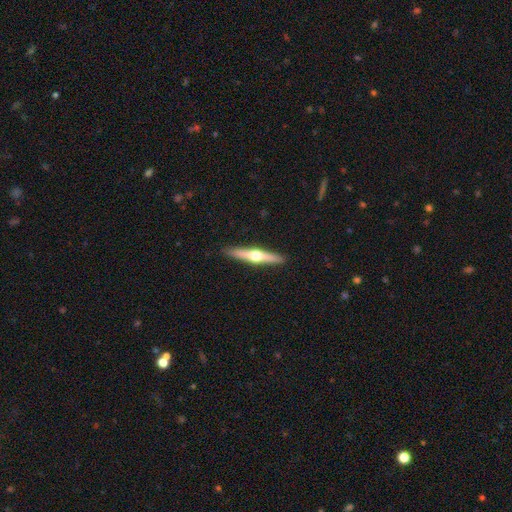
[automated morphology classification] The model was most divided on "smooth or featured": featured or disk: 65%, smooth: 30%, star or artifact: 5%. More confident: edge-on disk — yes (97%); edge-on bulge — rounded (95%); merging — none (91%).